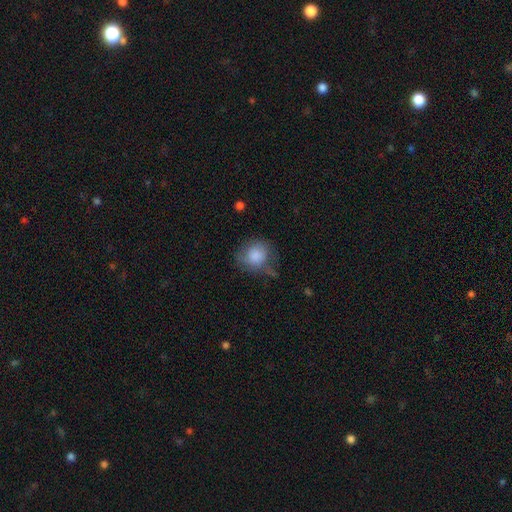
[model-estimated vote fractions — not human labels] A smooth galaxy with no disk features (82%) that is round (78%). Merging: none (52%).